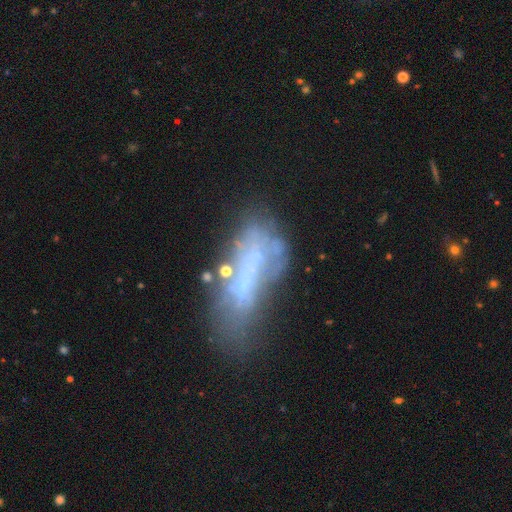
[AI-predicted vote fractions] Smooth or featured? Predicted: featured or disk (p=0.51). Edge-on disk? Predicted: no (p=0.87). Merging? Predicted: none (p=0.37).